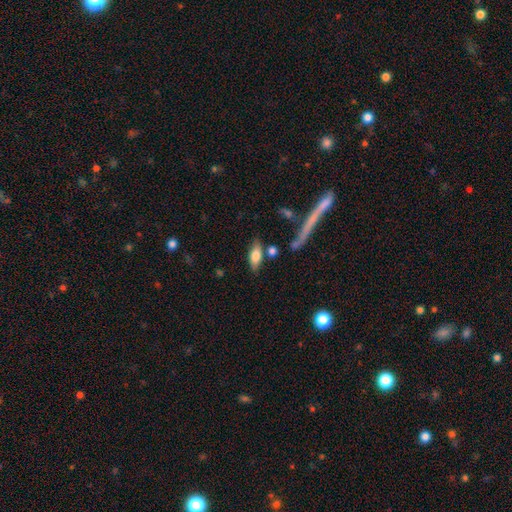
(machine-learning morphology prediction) A smooth galaxy with no disk features (72%) that is in between round and cigar-shaped (74%). Merging: none (70%).